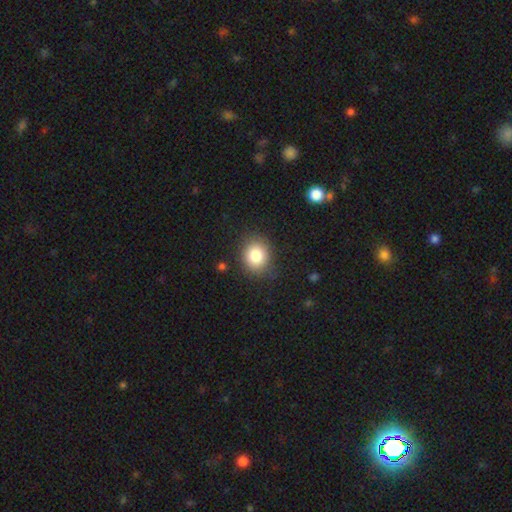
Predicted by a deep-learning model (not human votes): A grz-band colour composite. It shows a smooth galaxy with no disk features (82%) that is round (71%). Merging: none (83%).